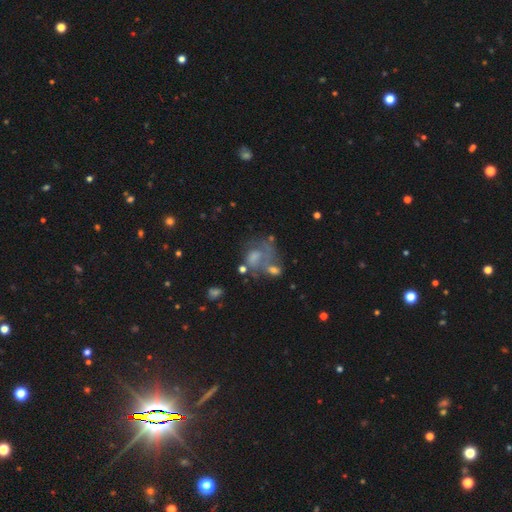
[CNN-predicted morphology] The model was most divided on "merging": major disturbance: 33%, none: 26%, merger: 24%, minor disturbance: 17%. More confident: edge-on disk — no (98%); smooth or featured — featured or disk (51%).